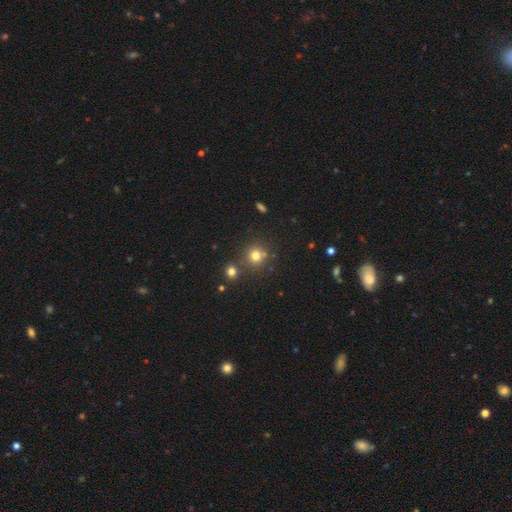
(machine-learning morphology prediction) type=smooth (74%); roundness=round (91%); merging=none (72%).